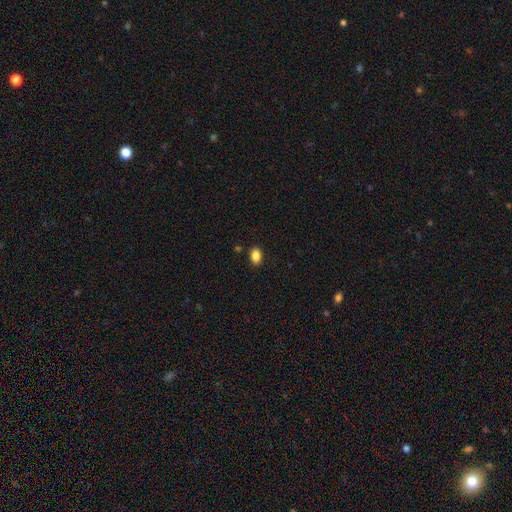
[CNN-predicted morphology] A smooth galaxy with no disk features (87%) that is in between round and cigar-shaped (77%). Merging: none (88%).